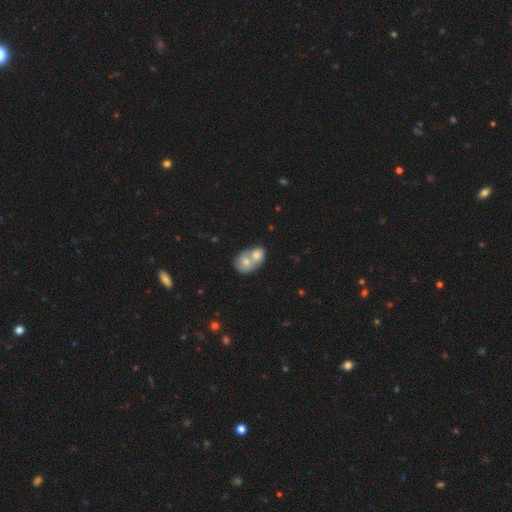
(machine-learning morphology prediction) type=smooth (64%); roundness=round (53%); merging=merger (74%).